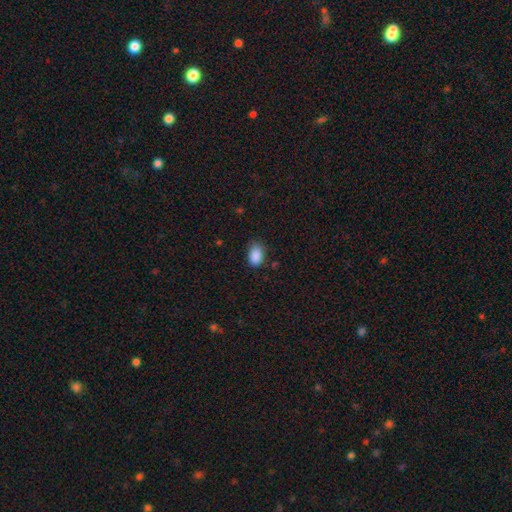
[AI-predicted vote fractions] A smooth galaxy with no disk features (88%) that is in between round and cigar-shaped (88%). Merging: none (75%).